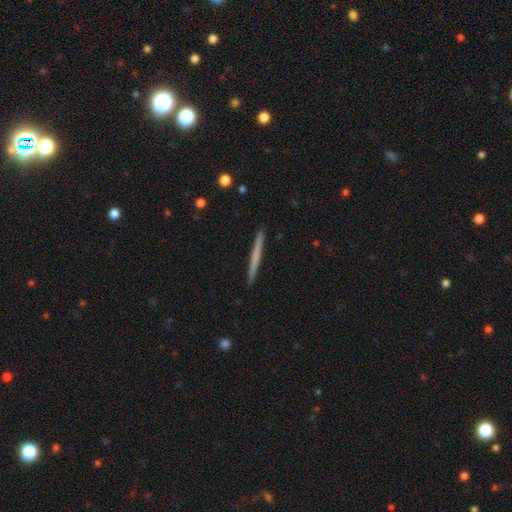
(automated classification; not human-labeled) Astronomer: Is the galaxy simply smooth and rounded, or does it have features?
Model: smooth — 57% (runner-up: featured or disk, 38%).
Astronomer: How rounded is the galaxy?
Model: cigar-shaped — 97%.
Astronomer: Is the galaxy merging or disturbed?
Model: none — 93%.